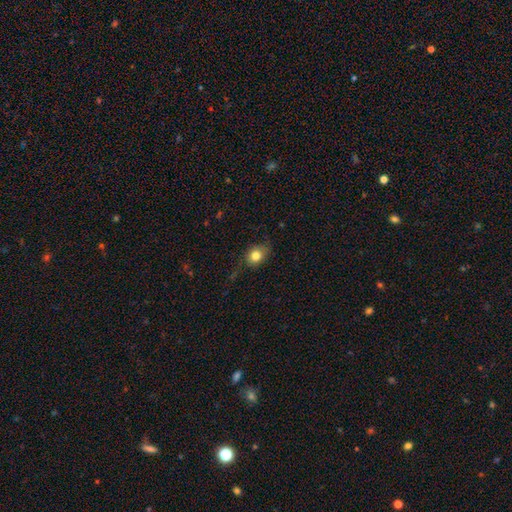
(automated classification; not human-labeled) A smooth galaxy with no disk features (80%) that is round (50%). Merging: none (69%).